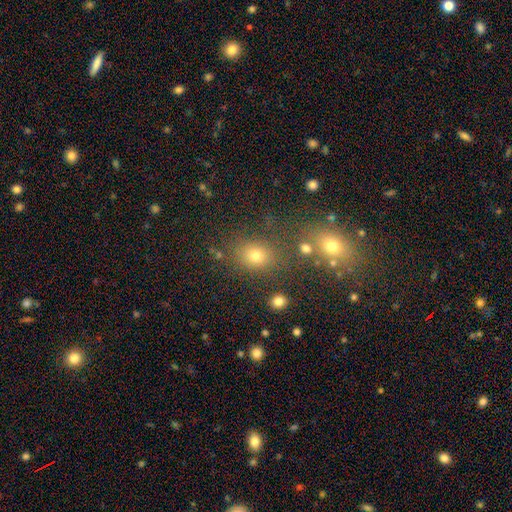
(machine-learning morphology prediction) smooth_or_featured: smooth (p=0.70) [alt: star or artifact p=0.21]
how_rounded: round (p=0.61) [alt: in between p=0.38]
merging: none (p=0.75) [alt: minor disturbance p=0.11]